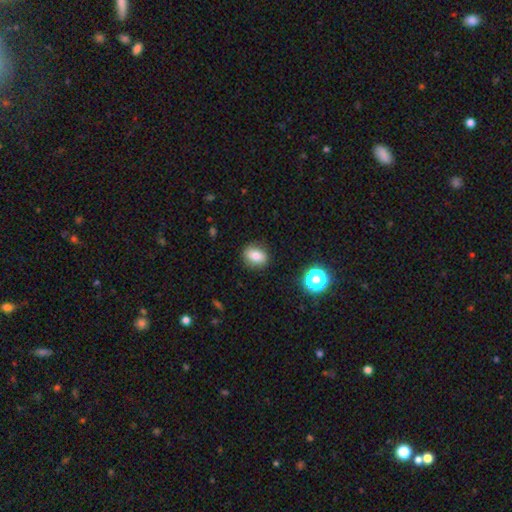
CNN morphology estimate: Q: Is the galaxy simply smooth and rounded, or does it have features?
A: smooth — 78%.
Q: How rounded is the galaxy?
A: in between — 58%.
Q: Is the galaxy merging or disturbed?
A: none — 86%.